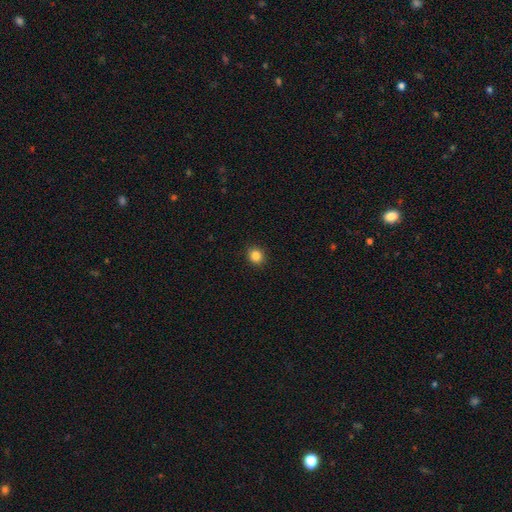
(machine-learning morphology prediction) Smooth or featured? smooth (85%)
How rounded? round (84%)
Merging? none (92%)